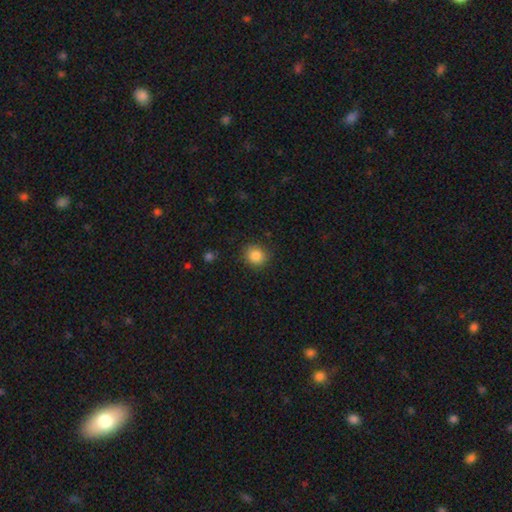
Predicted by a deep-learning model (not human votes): Overall: smooth (86%). How rounded: round (86%). Merging: none (87%).